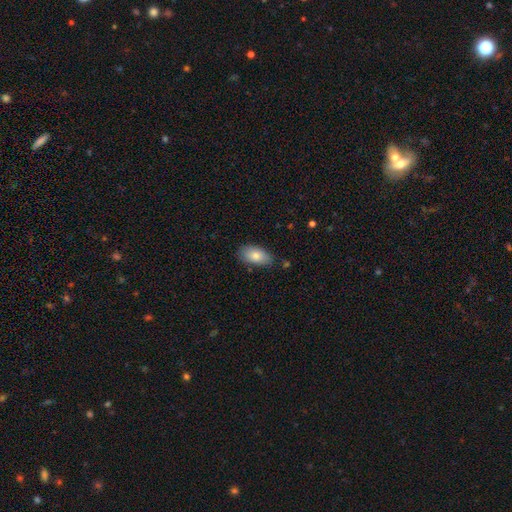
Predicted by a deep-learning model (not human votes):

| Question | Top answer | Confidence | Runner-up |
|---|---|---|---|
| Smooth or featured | smooth | 81% | featured or disk (12%) |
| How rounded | in between | 93% | round (4%) |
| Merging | none | 78% | minor disturbance (17%) |